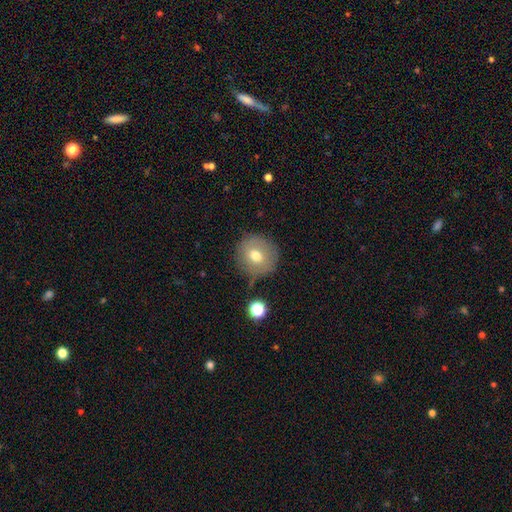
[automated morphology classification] Smooth or featured? Predicted: smooth (p=0.69). How rounded? Predicted: round (p=0.91). Merging? Predicted: none (p=0.78).